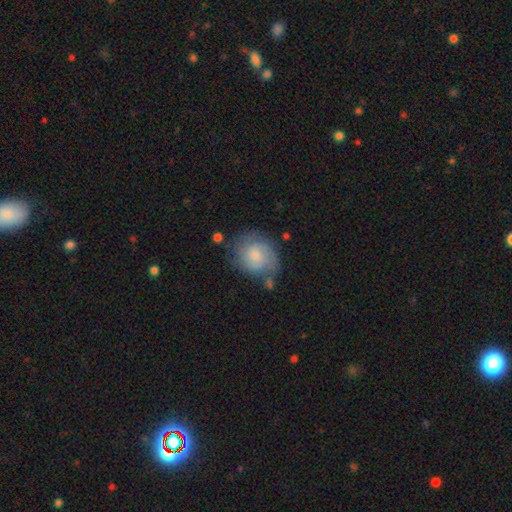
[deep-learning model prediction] Smooth or featured: smooth — 52% (featured or disk — 41%)
How rounded: round — 70% (in between — 29%)
Merging: none — 60% (minor disturbance — 24%)